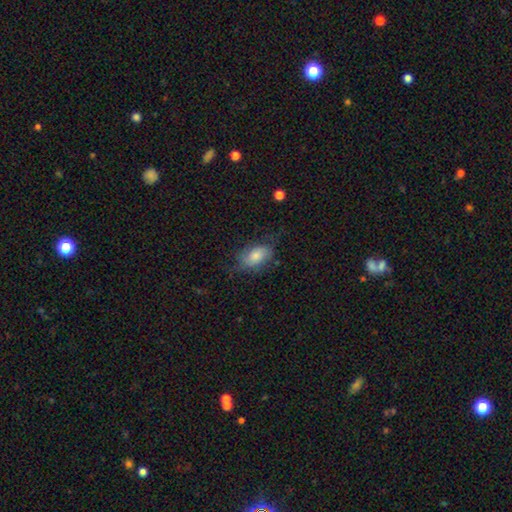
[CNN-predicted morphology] This is likely a smooth galaxy (68%). How rounded: clearly in between (89%). Merging: likely none (61%).